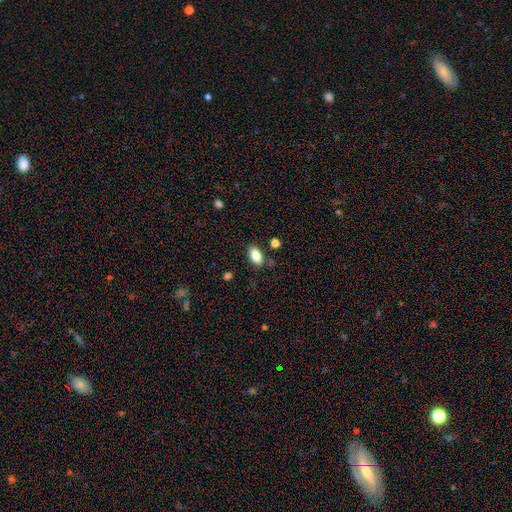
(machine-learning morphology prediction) A smooth galaxy with no disk features (85%) that is in between round and cigar-shaped (92%).

Vote fractions:
- Smooth or featured? smooth: 85% / star or artifact: 8% / featured or disk: 7%
- How rounded? in between: 92% / round: 6% / cigar-shaped: 2%
- Merging? none: 82% / minor disturbance: 12% / merger: 4% / major disturbance: 3%